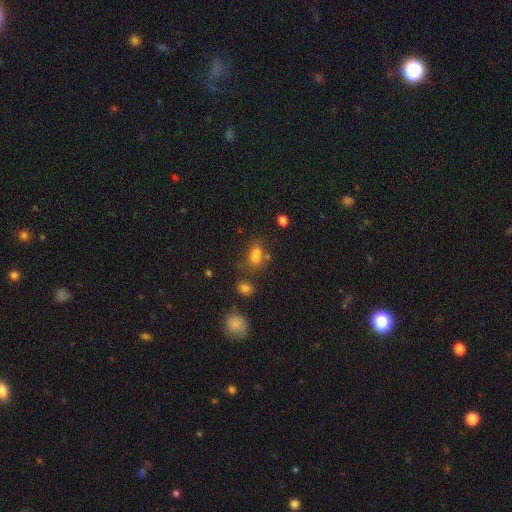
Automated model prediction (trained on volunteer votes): This appears to be a smooth galaxy with no disk features (72%) that is in between round and cigar-shaped (72%). Merging: none (49%).